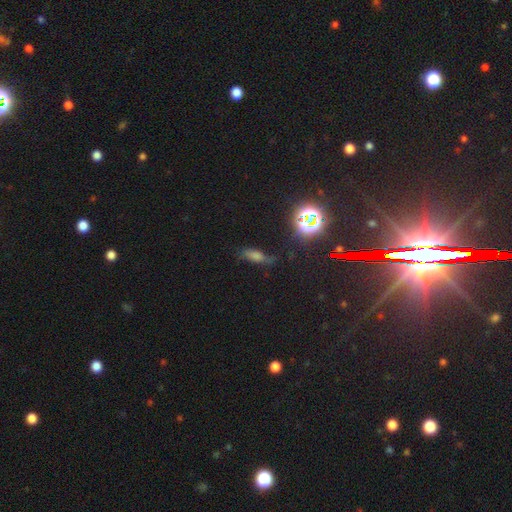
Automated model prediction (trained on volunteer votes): This is possibly a smooth galaxy (49%). Merging: likely none (62%).